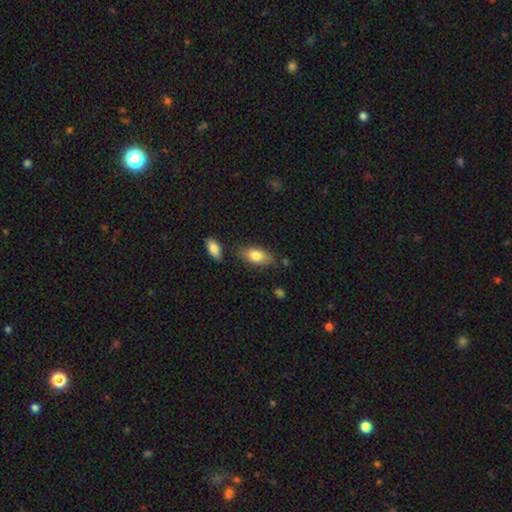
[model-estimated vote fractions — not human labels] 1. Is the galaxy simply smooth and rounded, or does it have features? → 78% smooth, 15% featured or disk, 6% star or artifact.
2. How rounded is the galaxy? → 87% in between, 9% cigar-shaped, 4% round.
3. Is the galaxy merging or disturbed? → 76% none, 16% minor disturbance, 5% merger, 3% major disturbance.